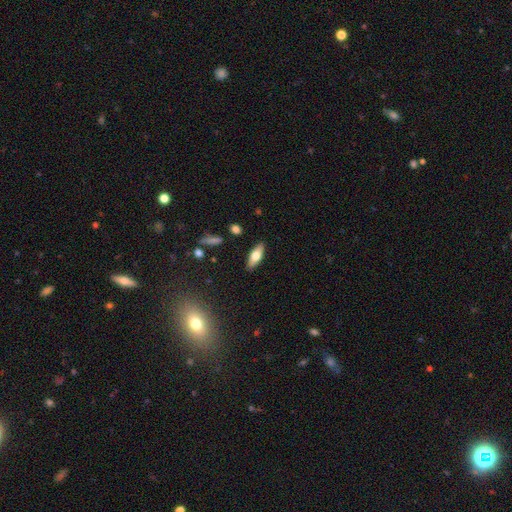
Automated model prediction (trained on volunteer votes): A smooth galaxy with no disk features (62%) that is in between round and cigar-shaped (67%). Merging: none (88%).